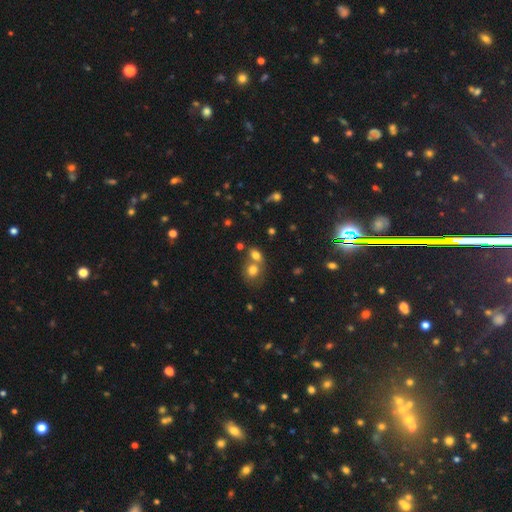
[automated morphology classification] Smooth or featured? smooth (74%)
How rounded? round (51%)
Merging? merger (51%)